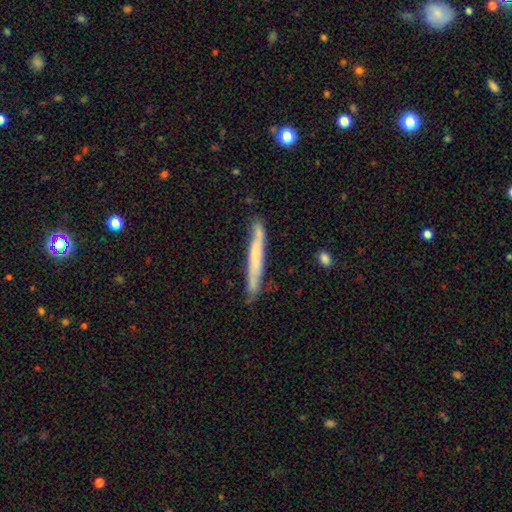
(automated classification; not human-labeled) A smooth galaxy with no disk features (53%) that is cigar-shaped (96%).

Vote fractions:
- Smooth or featured? smooth: 53% / featured or disk: 41% / star or artifact: 6%
- How rounded? cigar-shaped: 96% / in between: 2% / round: 1%
- Merging? none: 79% / minor disturbance: 16% / major disturbance: 3% / merger: 3%